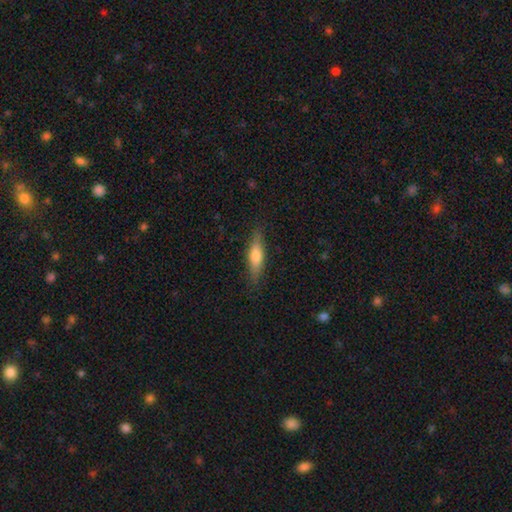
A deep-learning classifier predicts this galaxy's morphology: Overall: smooth (60%; featured or disk 34%). How rounded: cigar-shaped (64%; in between 34%). Merging: none (85%).